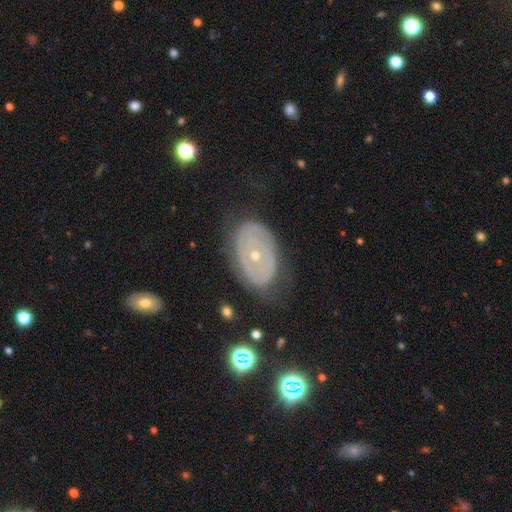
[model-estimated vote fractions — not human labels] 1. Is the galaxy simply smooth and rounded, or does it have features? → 74% featured or disk, 19% smooth, 7% star or artifact.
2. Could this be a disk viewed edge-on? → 94% no, 6% yes.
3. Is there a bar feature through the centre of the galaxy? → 81% no, 13% weak, 6% strong.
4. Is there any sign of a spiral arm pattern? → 51% no, 49% yes.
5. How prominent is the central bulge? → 66% small, 32% moderate, 1% large, 1% none, 1% dominant.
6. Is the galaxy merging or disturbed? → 74% none, 17% minor disturbance, 8% major disturbance, 1% merger.